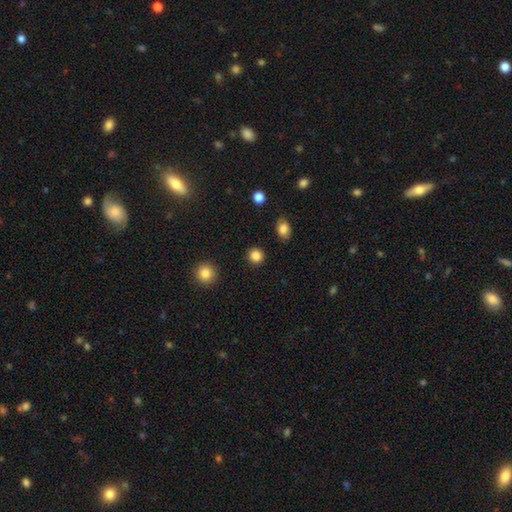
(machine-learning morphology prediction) Smooth or featured?
  - smooth: 85% *
  - star or artifact: 11%
  - featured or disk: 4%
How rounded?
  - round: 91% *
  - in between: 8%
  - cigar-shaped: 1%
Merging?
  - none: 91% *
  - minor disturbance: 5%
  - major disturbance: 2%
  - merger: 2%